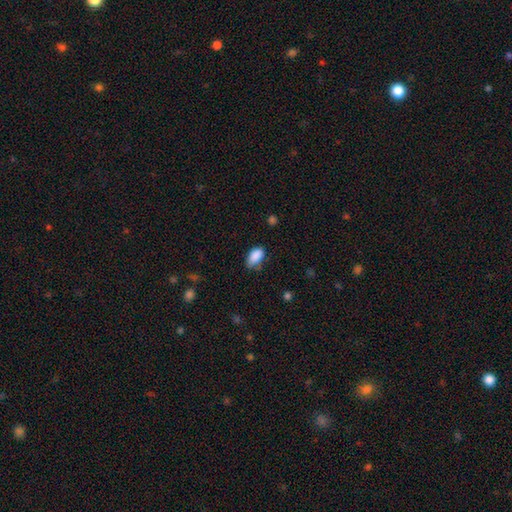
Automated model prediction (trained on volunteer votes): Smooth or featured: smooth — 88% (star or artifact — 8%)
How rounded: in between — 92% (round — 6%)
Merging: none — 66% (minor disturbance — 27%)